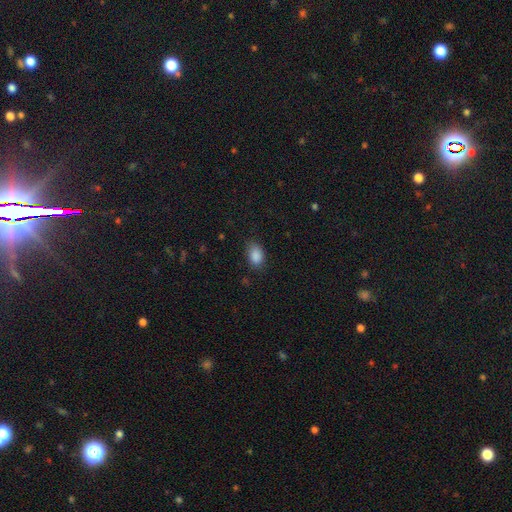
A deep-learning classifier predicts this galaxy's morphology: This appears to be a smooth galaxy with no disk features (88%) that is in between round and cigar-shaped (84%). Merging: none (75%).